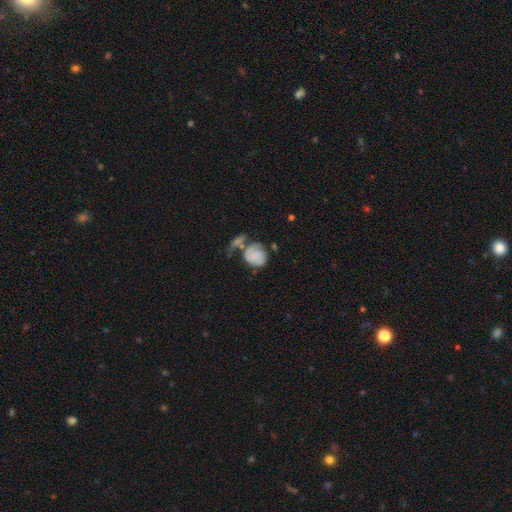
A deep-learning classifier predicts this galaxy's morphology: Smooth or featured? Predicted: smooth (p=0.53). How rounded? Predicted: round (p=0.59). Merging? Predicted: none (p=0.30).